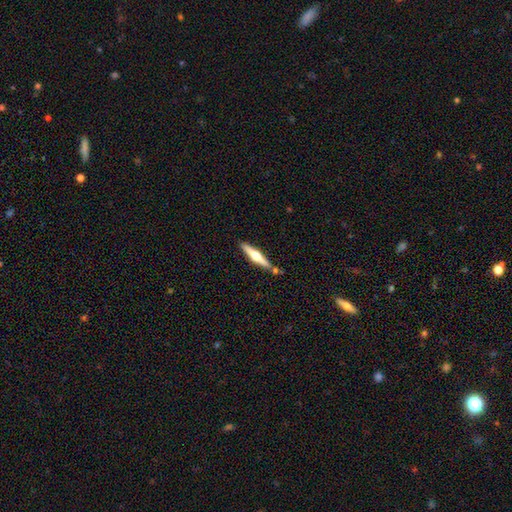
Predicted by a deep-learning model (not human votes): Smooth or featured: featured or disk — 62% (smooth — 33%)
Edge-on disk: yes — 97% (no — 3%)
Edge-on bulge: rounded — 94% (boxy — 3%)
Merging: none — 83% (minor disturbance — 10%)